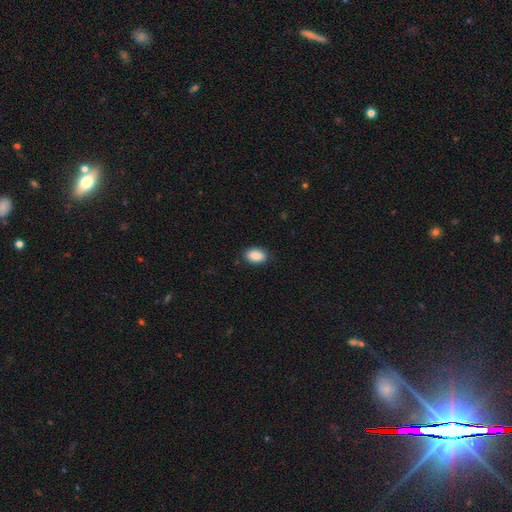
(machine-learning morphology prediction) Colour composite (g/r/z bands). It shows a smooth galaxy with no disk features (88%) that is in between round and cigar-shaped (88%). Merging: none (87%).